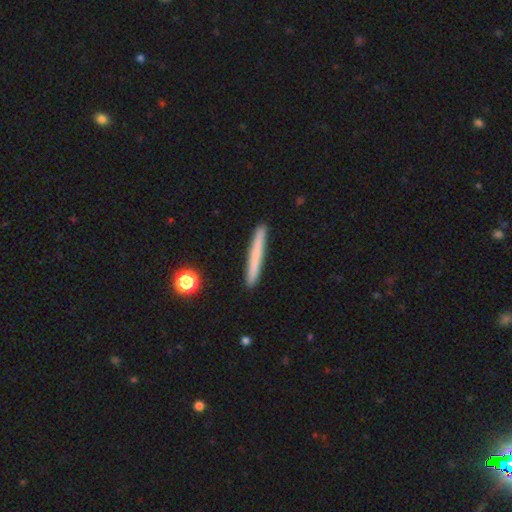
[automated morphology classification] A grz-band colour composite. It shows a smooth galaxy with no disk features (68%) that is cigar-shaped (97%). Merging: none (92%).